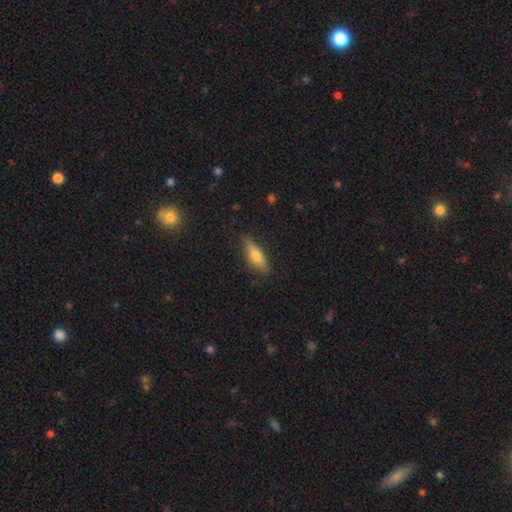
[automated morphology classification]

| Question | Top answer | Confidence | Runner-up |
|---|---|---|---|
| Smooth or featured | smooth | 59% | featured or disk (33%) |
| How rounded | cigar-shaped | 54% | in between (43%) |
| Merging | none | 83% | minor disturbance (13%) |